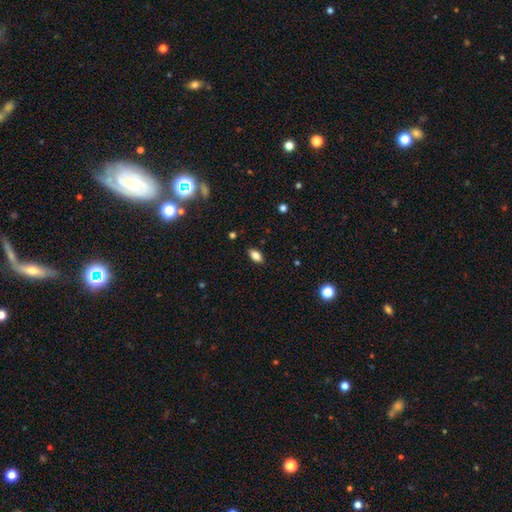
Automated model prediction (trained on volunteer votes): smooth_or_featured: smooth (p=0.80) [alt: featured or disk p=0.11]
how_rounded: in between (p=0.88) [alt: cigar-shaped p=0.07]
merging: none (p=0.87) [alt: minor disturbance p=0.10]